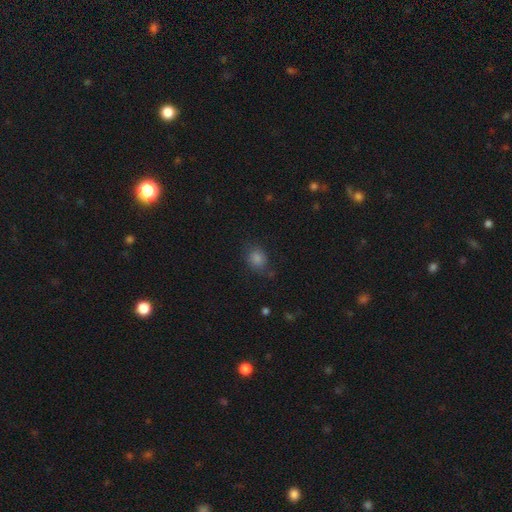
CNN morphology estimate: Q: Smooth or featured?
A: smooth (69%); runner-up: star or artifact (22%)
Q: How rounded?
A: round (74%); runner-up: in between (25%)
Q: Merging?
A: none (75%); runner-up: minor disturbance (16%)